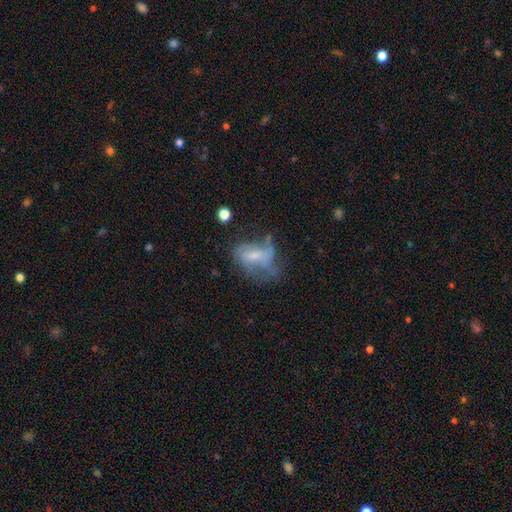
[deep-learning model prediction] Smooth or featured?
  - featured or disk: 54% *
  - smooth: 35%
  - star or artifact: 11%
Edge-on disk?
  - no: 96% *
  - yes: 4%
Bar?
  - no: 56% *
  - weak: 35%
  - strong: 9%
Spiral arms?
  - no: 52% *
  - yes: 48%
Bulge size?
  - small: 44% *
  - moderate: 30%
  - none: 21%
  - large: 4%
  - dominant: 1%
Merging?
  - major disturbance: 39% *
  - none: 31%
  - minor disturbance: 25%
  - merger: 5%